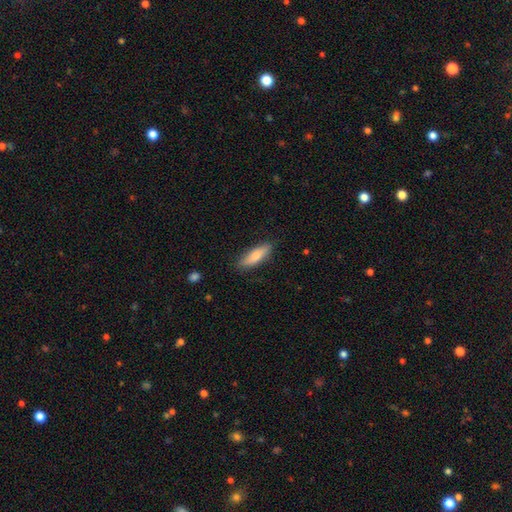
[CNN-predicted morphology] The model was most divided on "how rounded": cigar-shaped: 52%, in between: 47%, round: 2%. More confident: merging — none (83%); smooth or featured — smooth (79%).